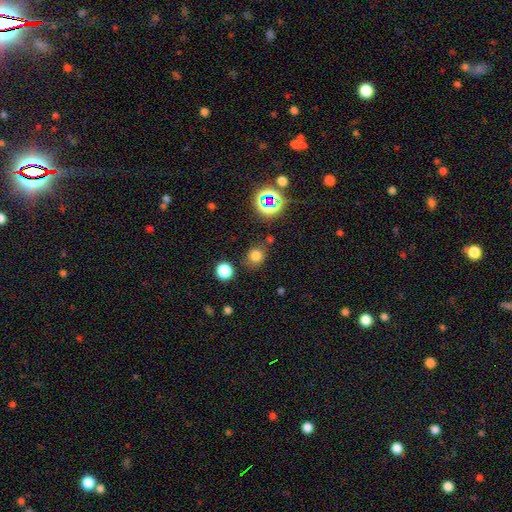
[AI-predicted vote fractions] This is likely a smooth galaxy (73%). How rounded: likely round (78%). Merging: likely none (77%).